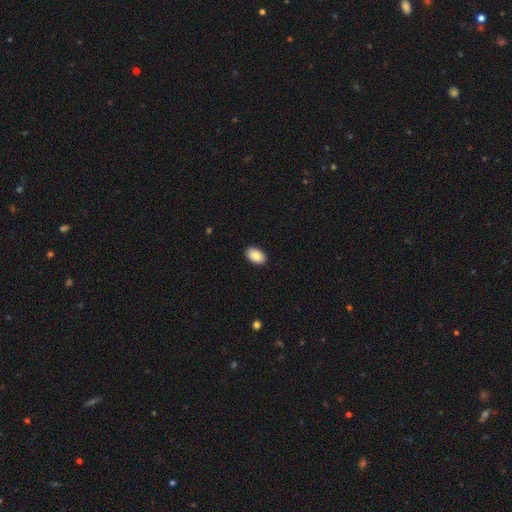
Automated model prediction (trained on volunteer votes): Smooth or featured? smooth (89%)
How rounded? in between (92%)
Merging? none (90%)